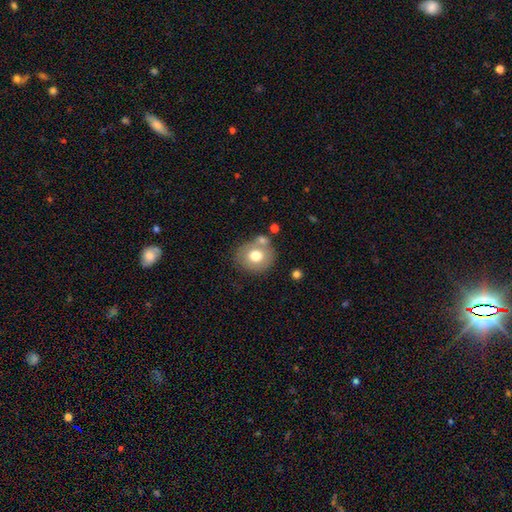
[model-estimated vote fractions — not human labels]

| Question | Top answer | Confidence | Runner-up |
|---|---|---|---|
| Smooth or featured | smooth | 70% | featured or disk (21%) |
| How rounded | round | 75% | in between (24%) |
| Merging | none | 65% | merger (16%) |